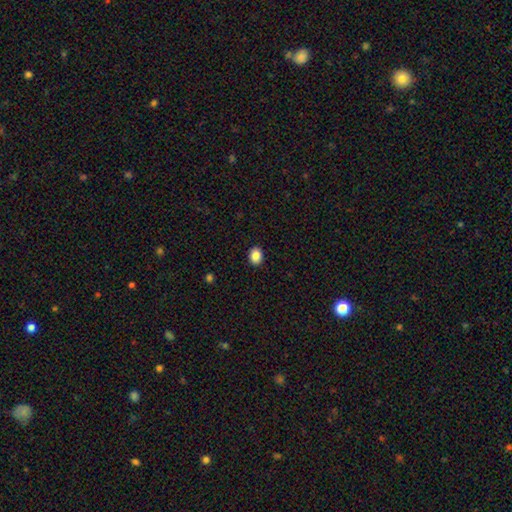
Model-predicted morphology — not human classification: A smooth galaxy with no disk features (87%) that is in between round and cigar-shaped (55%).

Vote fractions:
- Smooth or featured? smooth: 87% / star or artifact: 9% / featured or disk: 4%
- How rounded? in between: 55% / round: 44% / cigar-shaped: 1%
- Merging? none: 91% / minor disturbance: 7% / major disturbance: 2% / merger: 1%